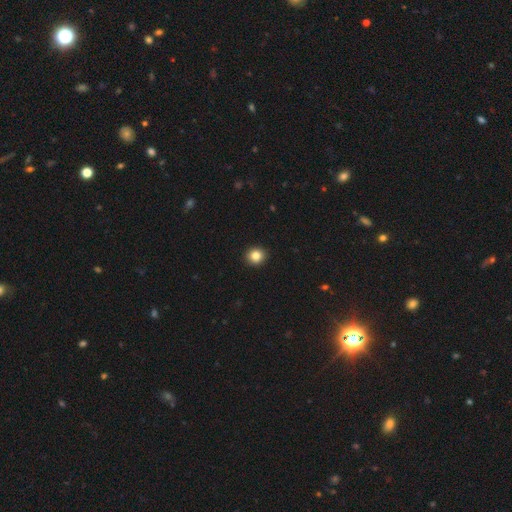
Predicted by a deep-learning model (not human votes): The model was most divided on "how rounded": round: 83%, in between: 16%, cigar-shaped: 1%. More confident: merging — none (92%); smooth or featured — smooth (85%).